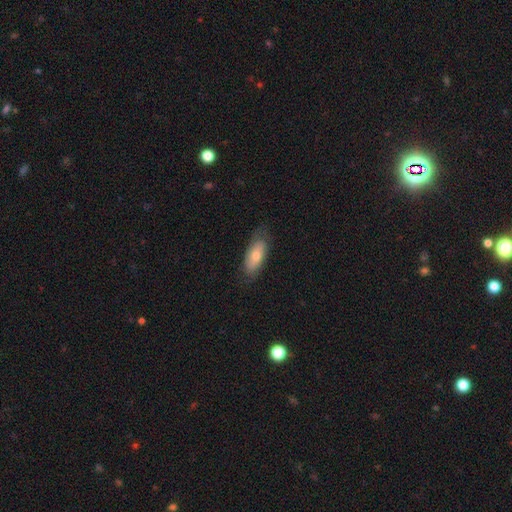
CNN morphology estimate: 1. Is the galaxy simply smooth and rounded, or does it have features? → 68% smooth, 26% featured or disk, 6% star or artifact.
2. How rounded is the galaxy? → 84% in between, 13% cigar-shaped, 3% round.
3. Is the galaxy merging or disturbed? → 71% none, 21% minor disturbance, 6% major disturbance, 1% merger.